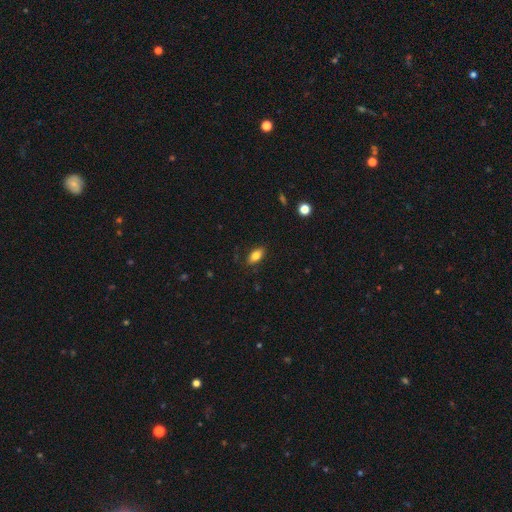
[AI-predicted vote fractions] smooth_or_featured: smooth (p=0.79) [alt: featured or disk p=0.13]
how_rounded: in between (p=0.87) [alt: cigar-shaped p=0.08]
merging: none (p=0.86) [alt: minor disturbance p=0.11]